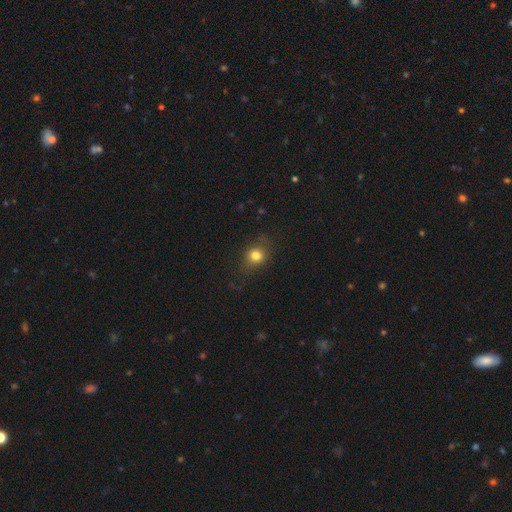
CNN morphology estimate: The model was most divided on "how rounded": round: 68%, in between: 30%, cigar-shaped: 1%. More confident: smooth or featured — smooth (78%); merging — none (76%).